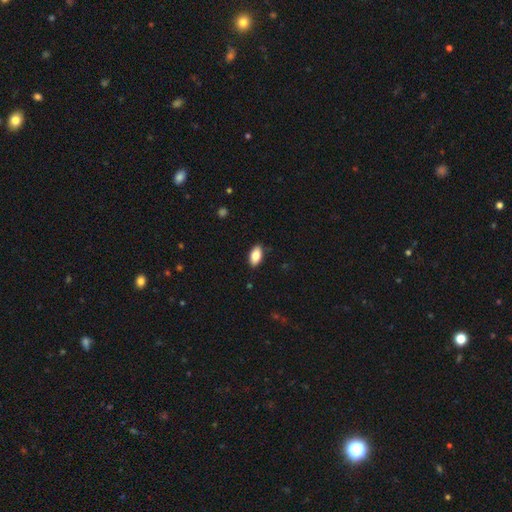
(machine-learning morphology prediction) Overall: smooth (82%). How rounded: in between (91%). Merging: none (88%).